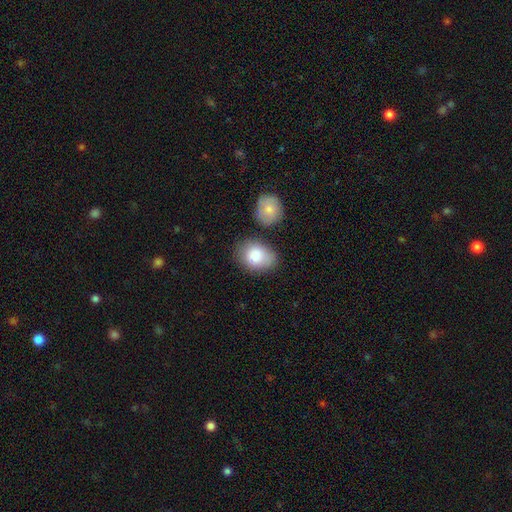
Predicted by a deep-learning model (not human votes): smooth_or_featured: smooth (p=0.85) [alt: featured or disk p=0.09]
how_rounded: in between (p=0.68) [alt: round p=0.31]
merging: none (p=0.58) [alt: minor disturbance p=0.22]